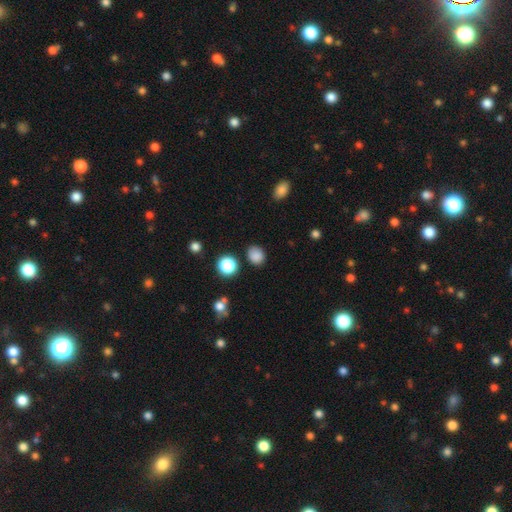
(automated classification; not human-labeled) Smooth or featured?
  - smooth: 83% *
  - star or artifact: 13%
  - featured or disk: 4%
How rounded?
  - round: 69% *
  - in between: 30%
  - cigar-shaped: 1%
Merging?
  - none: 84% *
  - minor disturbance: 10%
  - major disturbance: 3%
  - merger: 3%